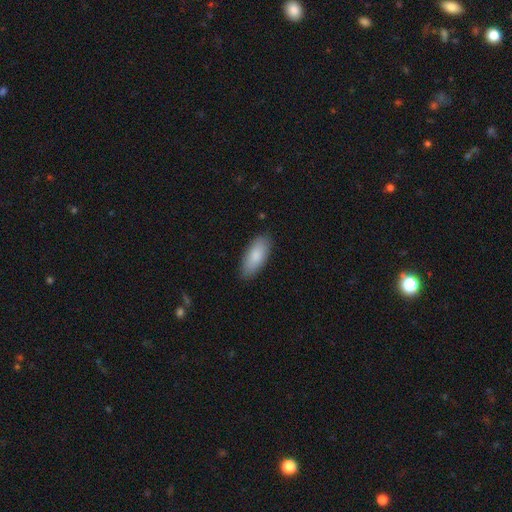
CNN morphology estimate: Overall: smooth (87%). How rounded: in between (86%). Merging: none (86%).